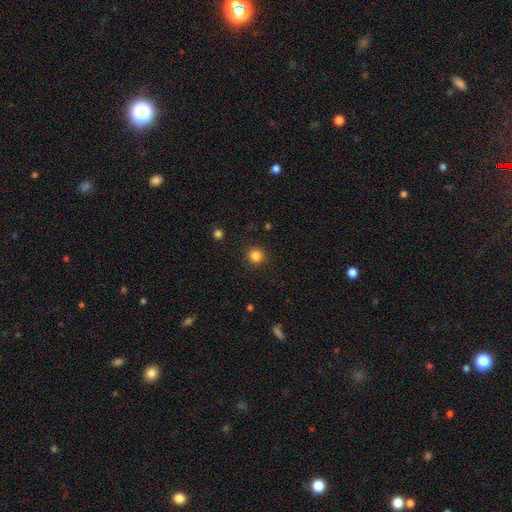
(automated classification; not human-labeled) Morphology: type=smooth (84%); roundness=round (93%); merging=none (90%).